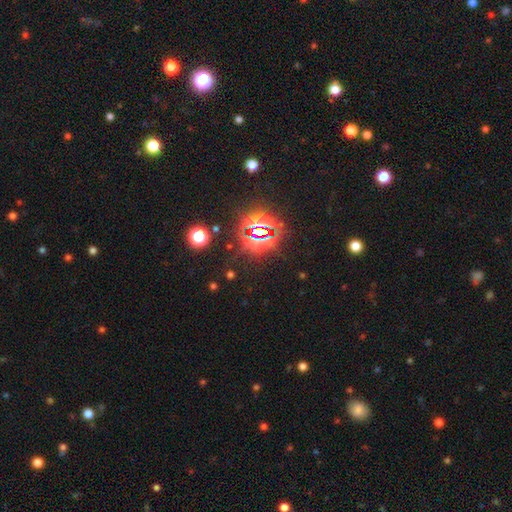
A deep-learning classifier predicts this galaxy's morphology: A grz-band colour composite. It shows a star or artifact, not a galaxy (83%).